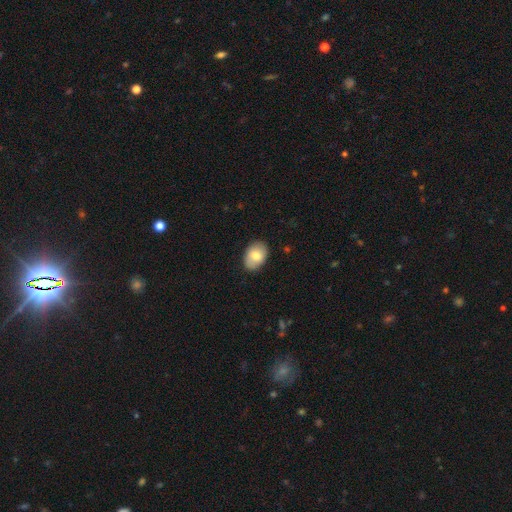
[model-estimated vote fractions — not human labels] smooth_or_featured: smooth (p=0.79) [alt: featured or disk p=0.15]
how_rounded: in between (p=0.82) [alt: round p=0.17]
merging: none (p=0.85) [alt: minor disturbance p=0.12]